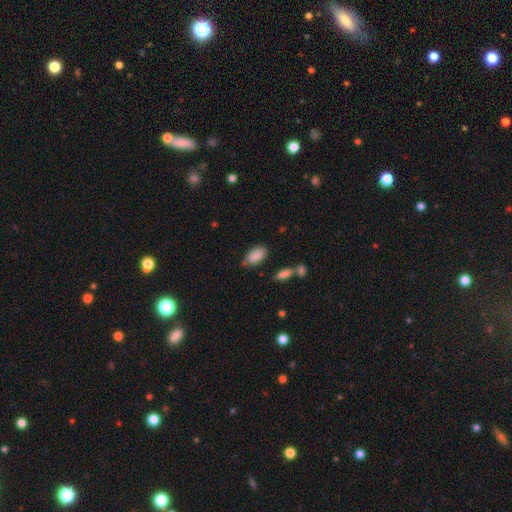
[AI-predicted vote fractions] smooth-or-featured: smooth: 88% | star or artifact: 7% | featured or disk: 5%
  how-rounded: in between: 93% | round: 4% | cigar-shaped: 3%
  merging: none: 72% | minor disturbance: 18% | merger: 6% | major disturbance: 4%